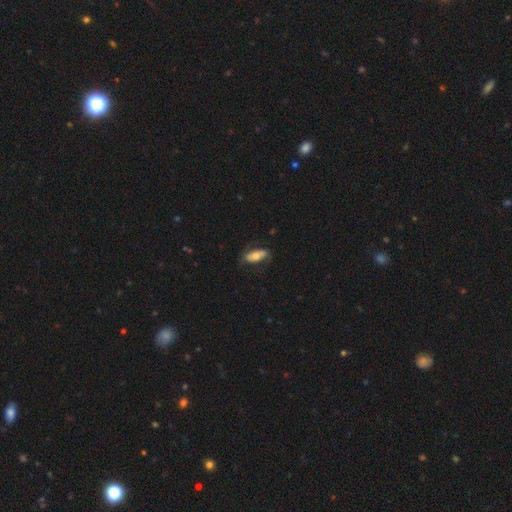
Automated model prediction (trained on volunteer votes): This appears to be a smooth galaxy with no disk features (56%) that is in between round and cigar-shaped (83%). Merging: none (66%).